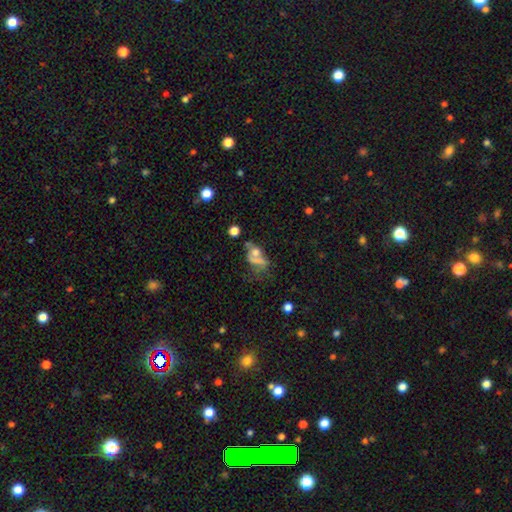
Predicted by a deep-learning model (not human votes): A smooth galaxy with no disk features (46%). Merging: major disturbance (32%).